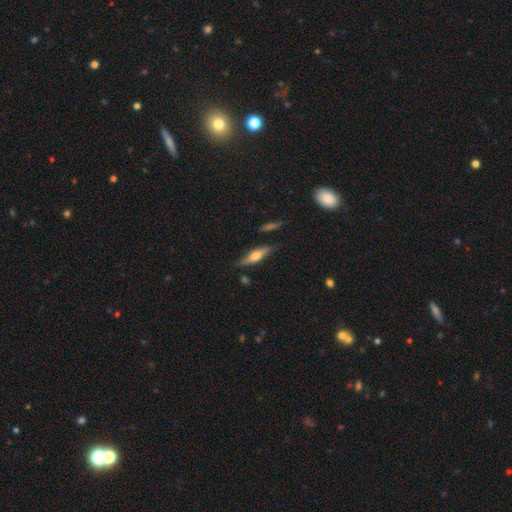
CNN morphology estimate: A featured or disk galaxy (59%) viewed edge-on (95%) with a rounded central bulge (90%).

Vote fractions:
- Smooth or featured? featured or disk: 59% / smooth: 34% / star or artifact: 6%
- Edge-on disk? yes: 95% / no: 5%
- Edge-on bulge? rounded: 90% / boxy: 6% / none: 3%
- Merging? none: 81% / minor disturbance: 13% / merger: 3% / major disturbance: 3%